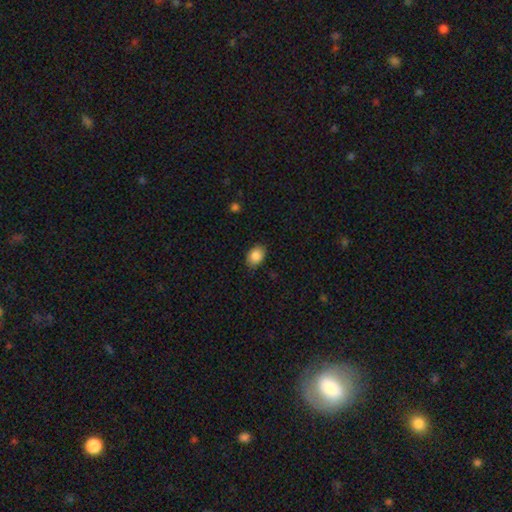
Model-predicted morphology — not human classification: Smooth or featured?
  - smooth: 87% *
  - star or artifact: 8%
  - featured or disk: 5%
How rounded?
  - in between: 76% *
  - round: 23%
  - cigar-shaped: 1%
Merging?
  - none: 84% *
  - minor disturbance: 13%
  - major disturbance: 2%
  - merger: 1%